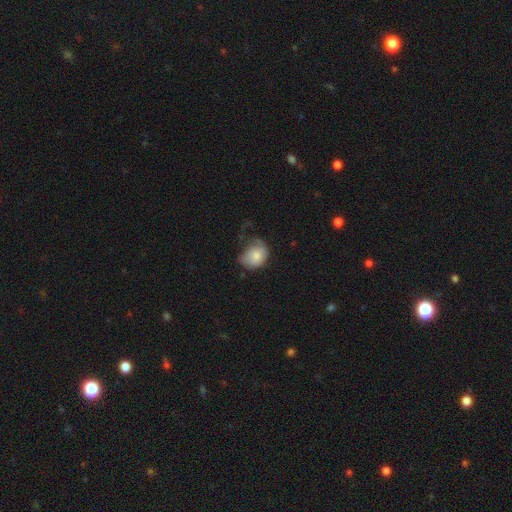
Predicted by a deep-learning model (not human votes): Smooth or featured? smooth (75%)
How rounded? in between (52%)
Merging? minor disturbance (36%)